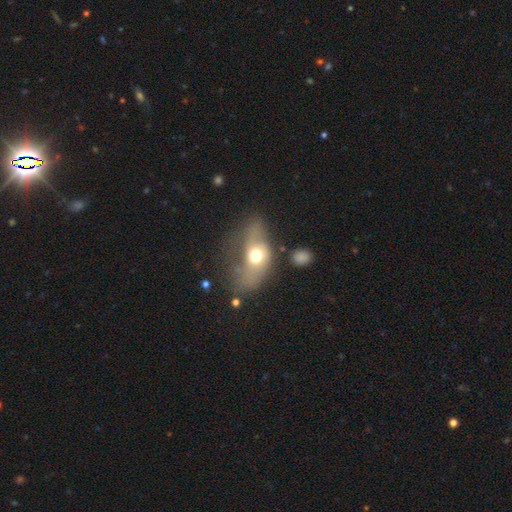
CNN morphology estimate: smooth_or_featured: featured or disk (p=0.46) [alt: smooth p=0.41]
merging: none (p=0.37) [alt: major disturbance p=0.25]